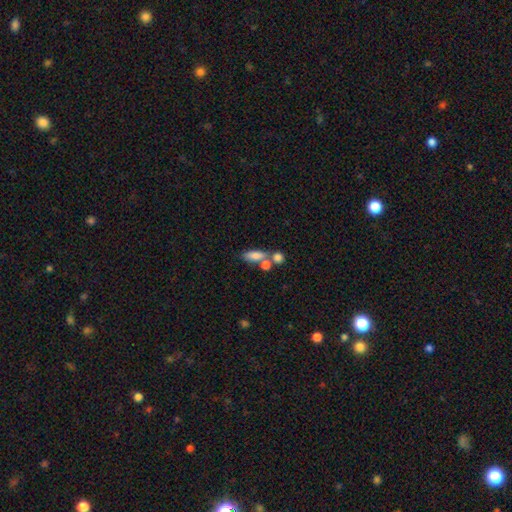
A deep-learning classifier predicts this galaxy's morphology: Overall: smooth (78%). How rounded: in between (69%). Merging: none (44%; merger 40%).